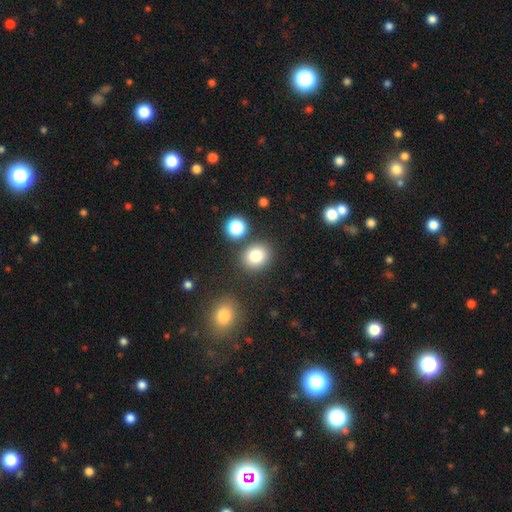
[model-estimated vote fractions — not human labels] A smooth galaxy with no disk features (81%) that is round (70%).

Vote fractions:
- Smooth or featured? smooth: 81% / star or artifact: 12% / featured or disk: 7%
- How rounded? round: 70% / in between: 29% / cigar-shaped: 1%
- Merging? none: 81% / minor disturbance: 9% / merger: 7% / major disturbance: 3%